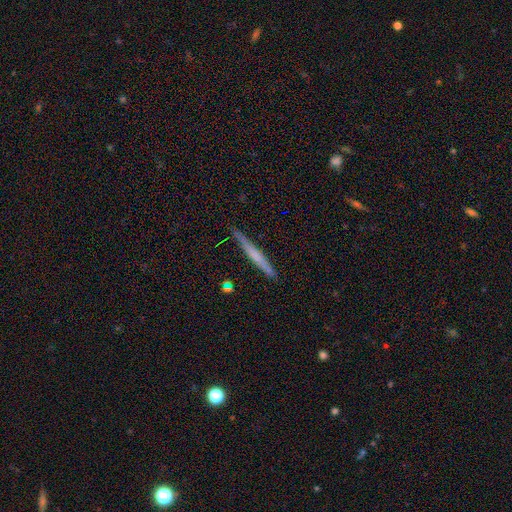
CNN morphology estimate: Smooth or featured: smooth — 49% (featured or disk — 46%)
Merging: none — 86% (minor disturbance — 10%)